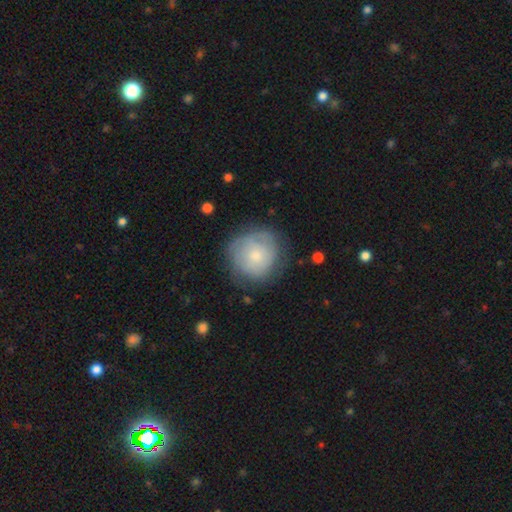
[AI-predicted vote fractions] A smooth galaxy with no disk features (61%) that is round (91%).

Vote fractions:
- Smooth or featured? smooth: 61% / featured or disk: 32% / star or artifact: 7%
- How rounded? round: 91% / in between: 8% / cigar-shaped: 1%
- Merging? none: 71% / minor disturbance: 20% / major disturbance: 8% / merger: 2%